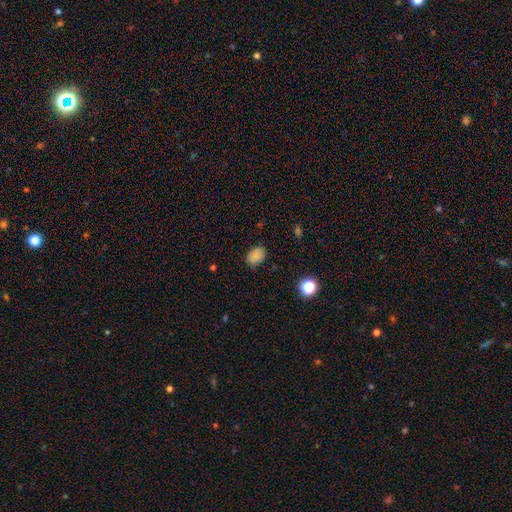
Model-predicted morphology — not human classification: Overall: smooth (84%). How rounded: in between (70%). Merging: none (76%).